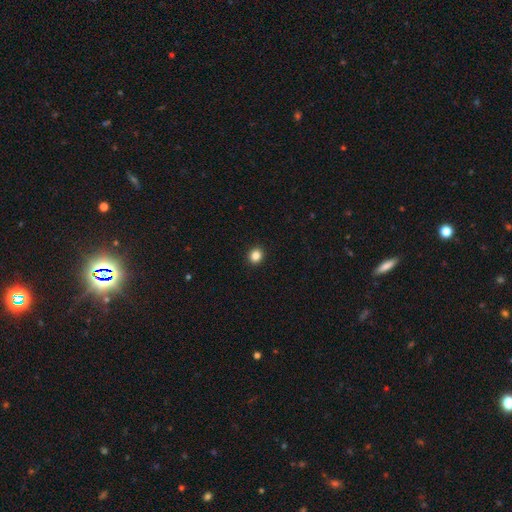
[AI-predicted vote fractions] Smooth or featured: smooth — 85% (star or artifact — 11%)
How rounded: round — 84% (in between — 15%)
Merging: none — 93% (minor disturbance — 4%)